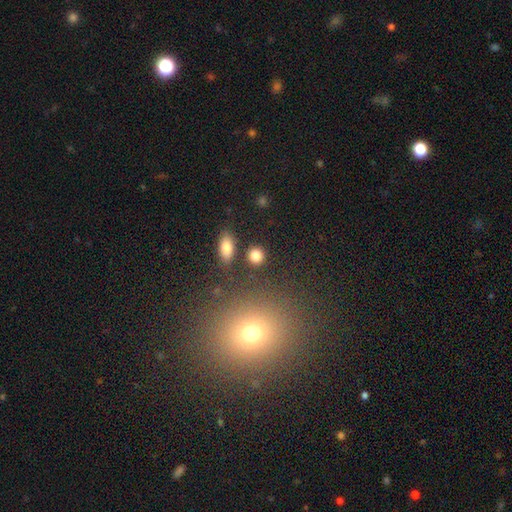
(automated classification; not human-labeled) smooth 84%, star or artifact 11%, featured or disk 5%. Down the decision tree: how rounded — round (80%); merging — none (83%).